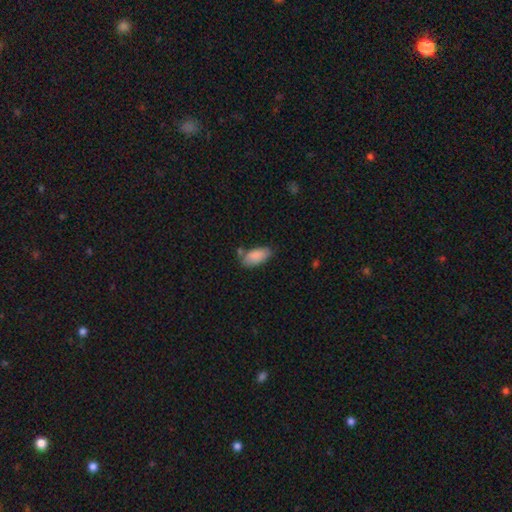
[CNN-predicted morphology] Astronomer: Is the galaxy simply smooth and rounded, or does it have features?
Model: smooth — 88%.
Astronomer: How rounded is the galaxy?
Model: in between — 91%.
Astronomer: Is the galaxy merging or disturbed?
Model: none — 64%.